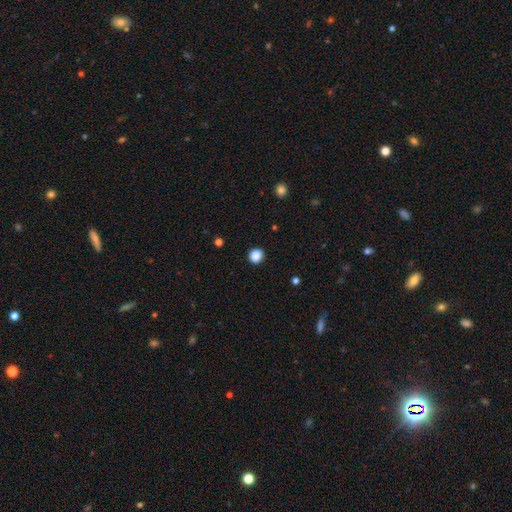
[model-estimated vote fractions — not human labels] This is clearly a smooth galaxy (87%). How rounded: clearly round (91%). Merging: clearly none (92%).